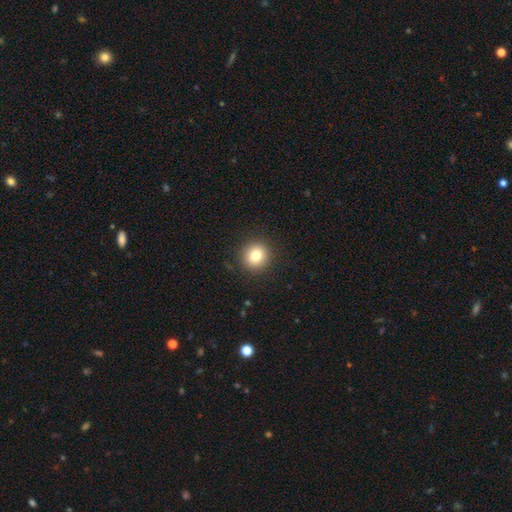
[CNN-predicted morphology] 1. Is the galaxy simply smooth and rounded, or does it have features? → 81% smooth, 11% star or artifact, 8% featured or disk.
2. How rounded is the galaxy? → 91% round, 8% in between, 1% cigar-shaped.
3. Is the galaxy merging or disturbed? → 91% none, 6% minor disturbance, 2% major disturbance, 1% merger.